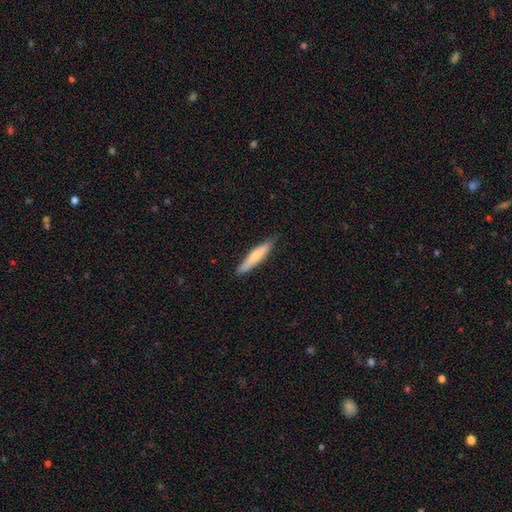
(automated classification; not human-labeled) The model was most divided on "smooth or featured": smooth: 65%, featured or disk: 30%, star or artifact: 5%. More confident: how rounded — cigar-shaped (87%); merging — none (84%).